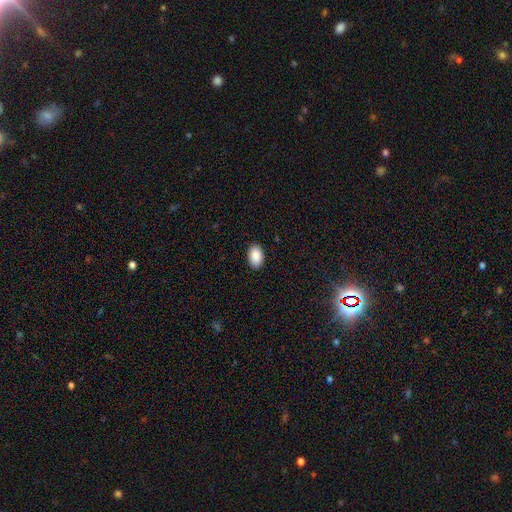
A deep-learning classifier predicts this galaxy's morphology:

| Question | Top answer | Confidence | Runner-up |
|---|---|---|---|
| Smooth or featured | smooth | 89% | star or artifact (7%) |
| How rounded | in between | 90% | round (9%) |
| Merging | none | 90% | minor disturbance (8%) |